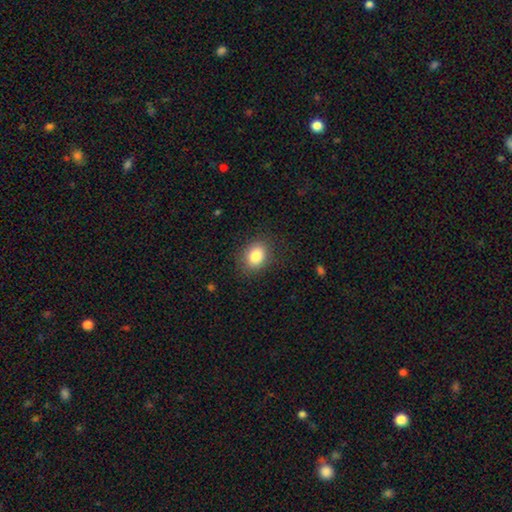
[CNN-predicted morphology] A smooth galaxy with no disk features (84%) that is in between round and cigar-shaped (64%). Merging: none (84%).